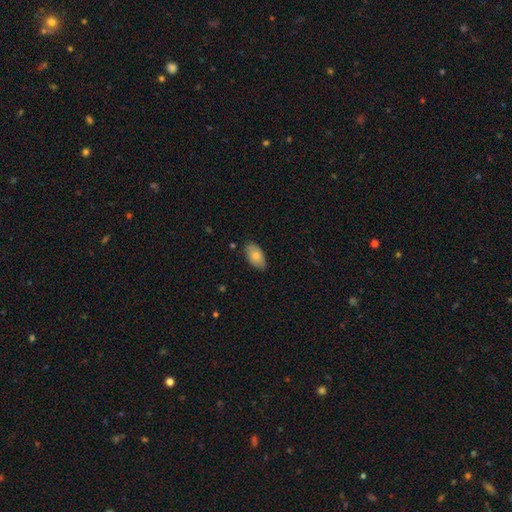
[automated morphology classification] A smooth galaxy with no disk features (78%) that is in between round and cigar-shaped (93%). Merging: none (78%).